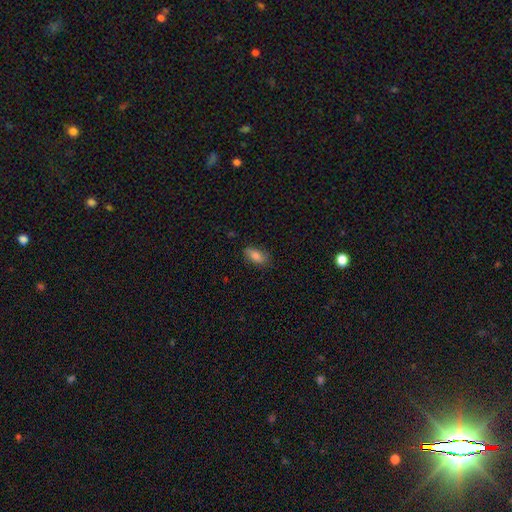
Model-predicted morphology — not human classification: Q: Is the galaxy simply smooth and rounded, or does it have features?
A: smooth — 82%.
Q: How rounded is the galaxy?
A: in between — 89%.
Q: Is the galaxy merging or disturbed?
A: none — 77%.